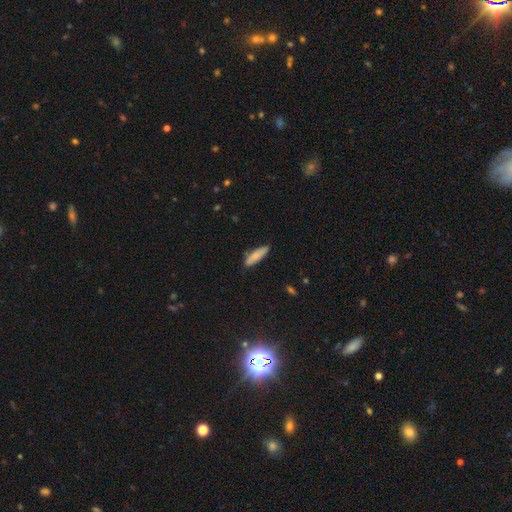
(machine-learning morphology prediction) Smooth or featured: smooth — 79% (featured or disk — 15%)
How rounded: cigar-shaped — 61% (in between — 38%)
Merging: none — 84% (minor disturbance — 13%)